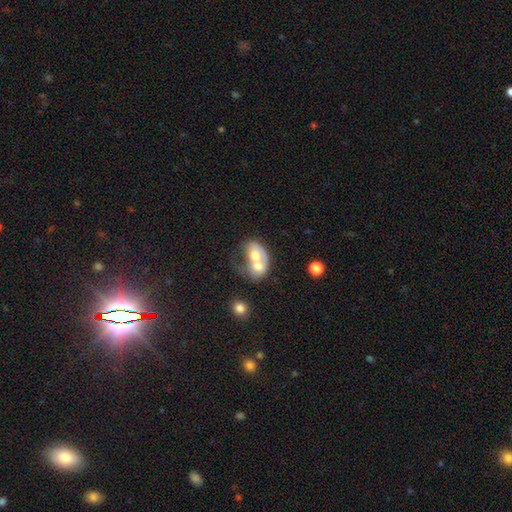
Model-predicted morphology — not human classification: smooth 54%, featured or disk 39%, star or artifact 7%. Down the decision tree: how rounded — in between (65%); merging — merger (77%).